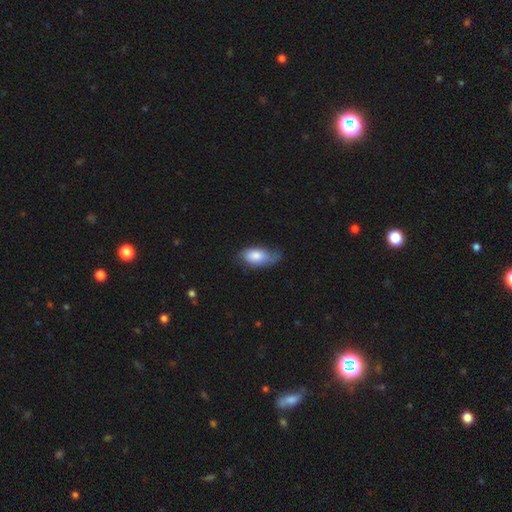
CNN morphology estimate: smooth-or-featured: smooth: 78% | featured or disk: 16% | star or artifact: 6%
  how-rounded: in between: 91% | cigar-shaped: 5% | round: 4%
  merging: none: 43% | minor disturbance: 40% | major disturbance: 15% | merger: 2%